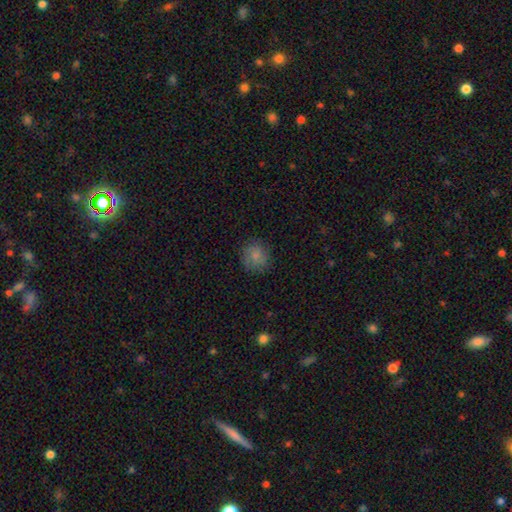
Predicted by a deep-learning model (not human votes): A smooth galaxy with no disk features (82%) that is round (87%). Merging: none (81%).